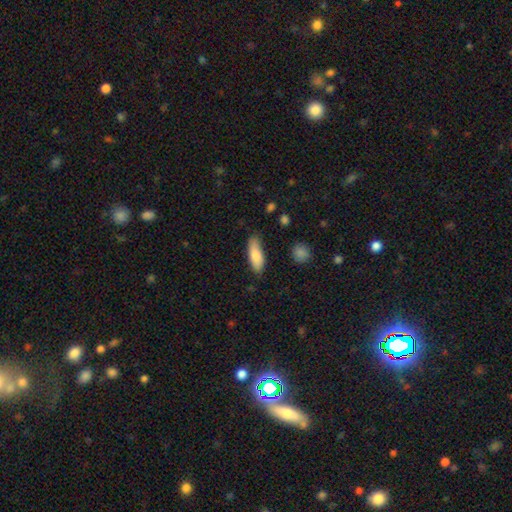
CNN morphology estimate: A smooth galaxy with no disk features (81%) that is in between round and cigar-shaped (62%).

Vote fractions:
- Smooth or featured? smooth: 81% / featured or disk: 13% / star or artifact: 6%
- How rounded? in between: 62% / cigar-shaped: 36% / round: 2%
- Merging? none: 79% / minor disturbance: 16% / major disturbance: 3% / merger: 2%